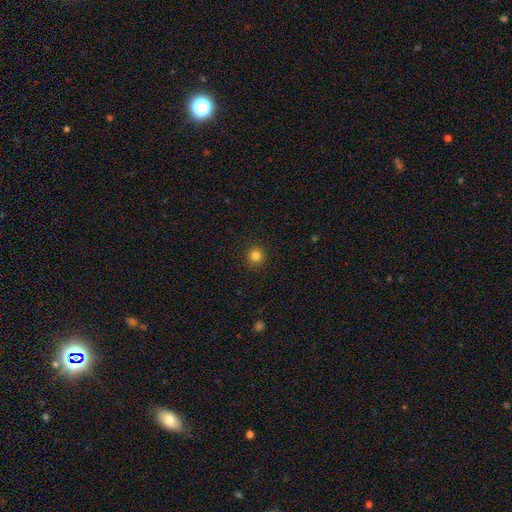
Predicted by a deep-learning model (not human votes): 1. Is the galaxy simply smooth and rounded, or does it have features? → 83% smooth, 13% star or artifact, 4% featured or disk.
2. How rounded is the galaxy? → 94% round, 5% in between, 1% cigar-shaped.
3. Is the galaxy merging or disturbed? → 91% none, 6% minor disturbance, 2% major disturbance, 1% merger.